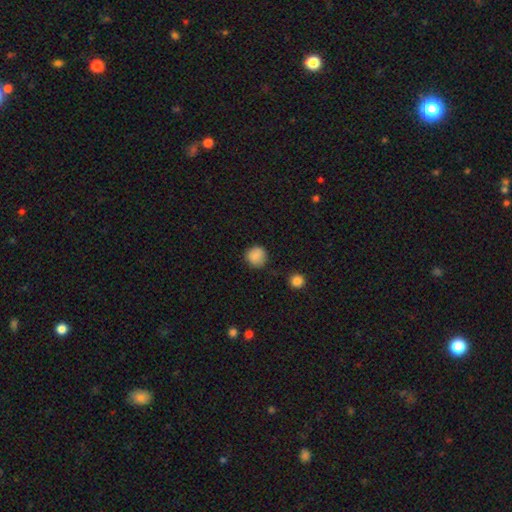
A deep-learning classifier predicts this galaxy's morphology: Q: Smooth or featured?
A: smooth (87%); runner-up: star or artifact (10%)
Q: How rounded?
A: round (93%); runner-up: in between (6%)
Q: Merging?
A: none (84%); runner-up: minor disturbance (12%)